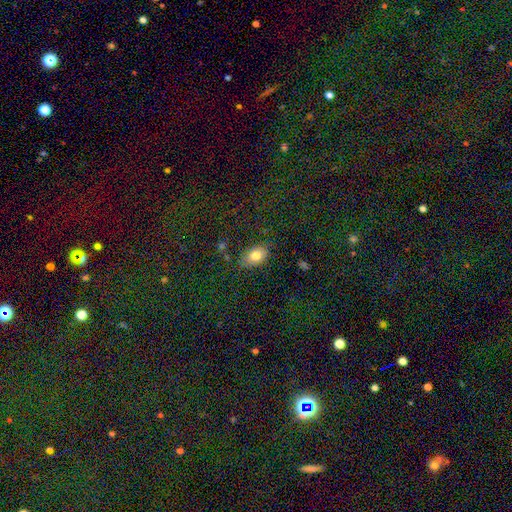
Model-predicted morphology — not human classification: A smooth galaxy with no disk features (80%) that is in between round and cigar-shaped (88%). Merging: none (78%).